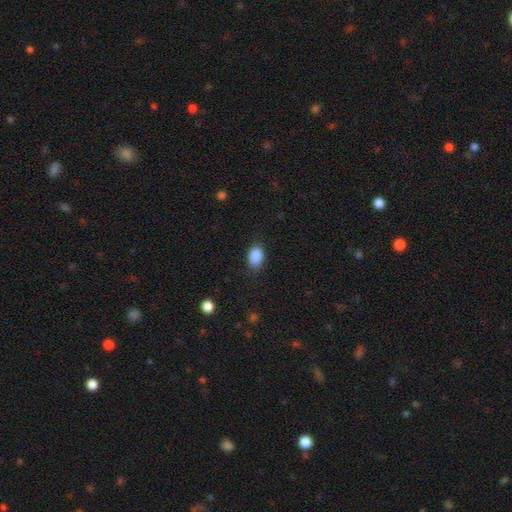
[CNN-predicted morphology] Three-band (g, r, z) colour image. It shows a smooth galaxy with no disk features (88%) that is in between round and cigar-shaped (81%). Merging: none (82%).